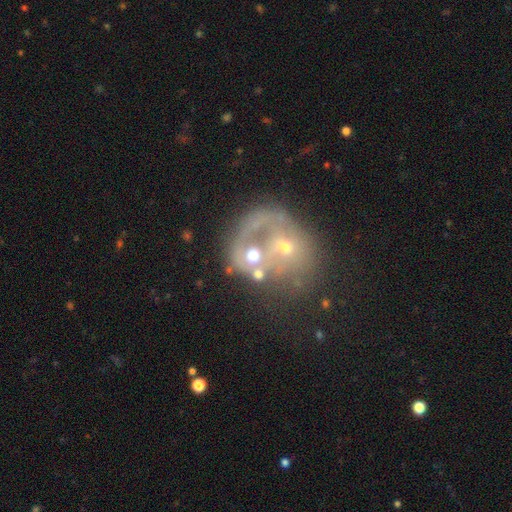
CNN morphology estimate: Q: Smooth or featured?
A: featured or disk (58%); runner-up: smooth (27%)
Q: Edge-on disk?
A: no (97%); runner-up: yes (3%)
Q: Bar?
A: no (86%); runner-up: weak (11%)
Q: Spiral arms?
A: no (69%); runner-up: yes (31%)
Q: Bulge size?
A: moderate (43%); runner-up: small (40%)
Q: Merging?
A: merger (51%); runner-up: major disturbance (20%)